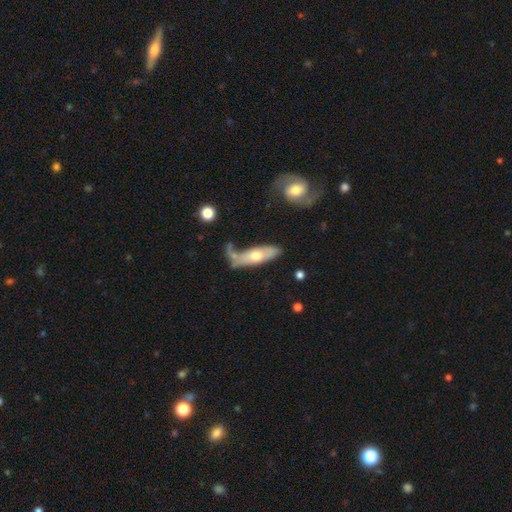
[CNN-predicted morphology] Overall: smooth (50%; featured or disk 44%). Merging: none (41%; minor disturbance 23%).